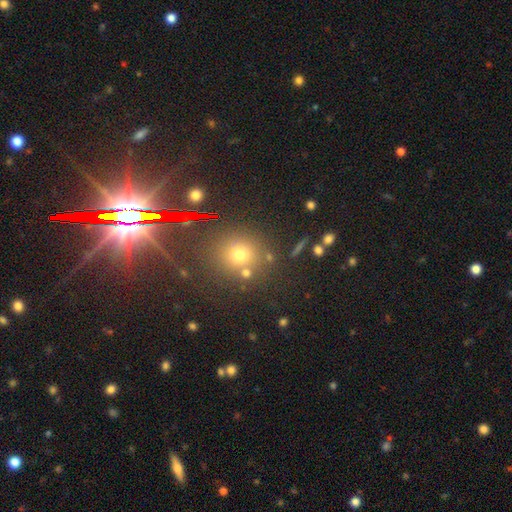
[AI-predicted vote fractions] Smooth or featured?
  - star or artifact: 64% *
  - smooth: 23%
  - featured or disk: 13%